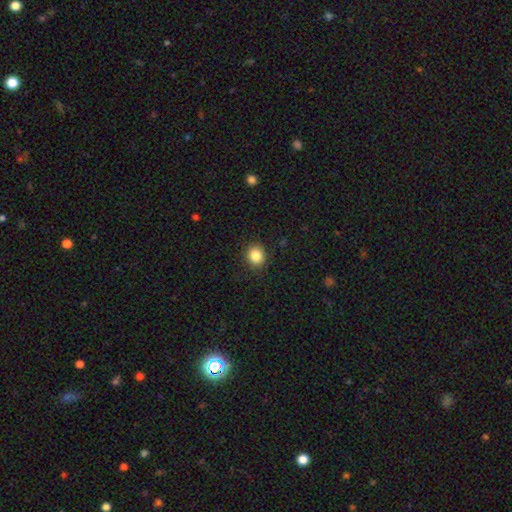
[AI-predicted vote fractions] This appears to be a smooth galaxy with no disk features (85%) that is round (74%). Merging: none (89%).